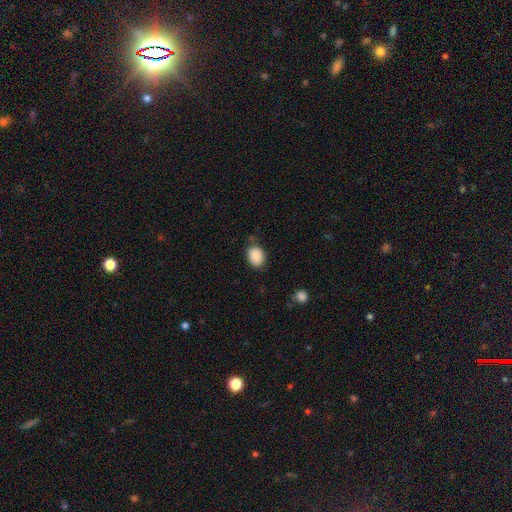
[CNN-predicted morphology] The model was most divided on "how rounded": in between: 62%, round: 37%, cigar-shaped: 1%. More confident: smooth or featured — smooth (88%); merging — none (78%).